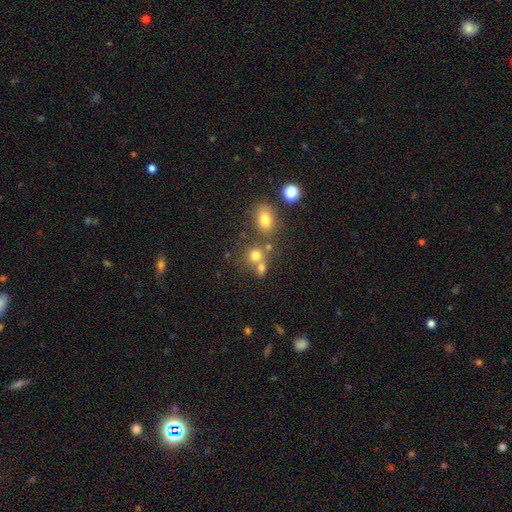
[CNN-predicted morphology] This is likely a smooth galaxy (72%). How rounded: likely round (75%). Merging: possibly none (48%).